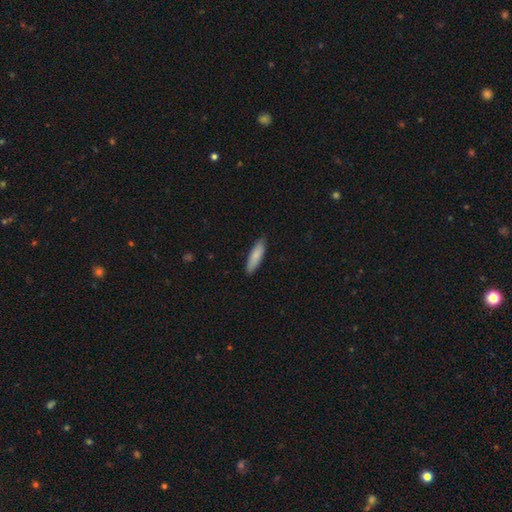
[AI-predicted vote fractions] Morphology: type=smooth (85%); roundness=cigar-shaped (60%); merging=none (87%).